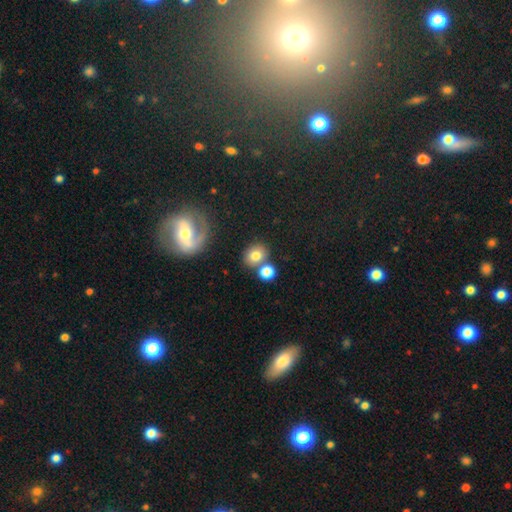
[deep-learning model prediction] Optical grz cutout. It shows a smooth galaxy with no disk features (75%) that is round (59%). Merging: none (65%).